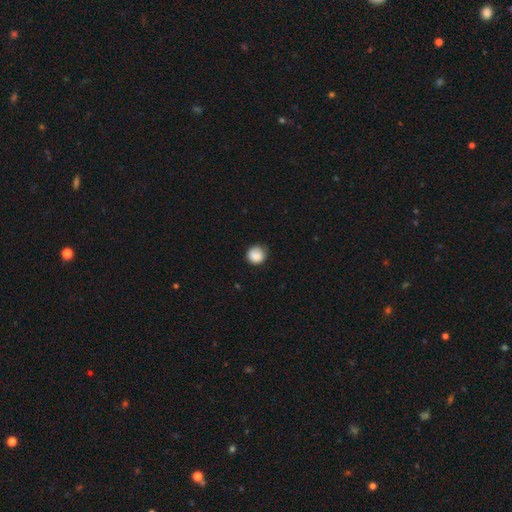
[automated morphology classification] smooth 87%, star or artifact 8%, featured or disk 4%. Down the decision tree: how rounded — round (92%); merging — none (81%).